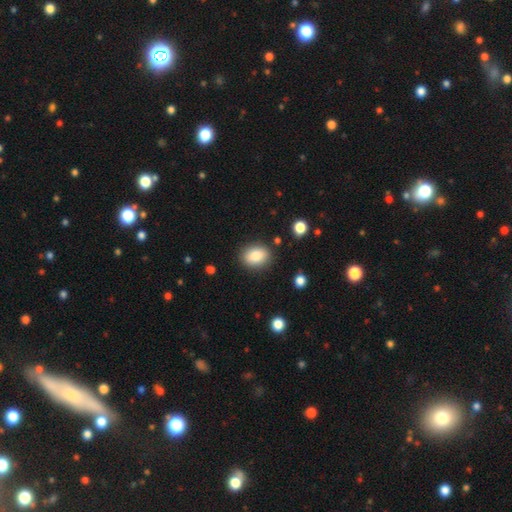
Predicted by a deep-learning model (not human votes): smooth-or-featured: smooth: 84% | star or artifact: 8% | featured or disk: 7%
  how-rounded: in between: 65% | round: 34% | cigar-shaped: 1%
  merging: none: 86% | minor disturbance: 10% | major disturbance: 3% | merger: 2%